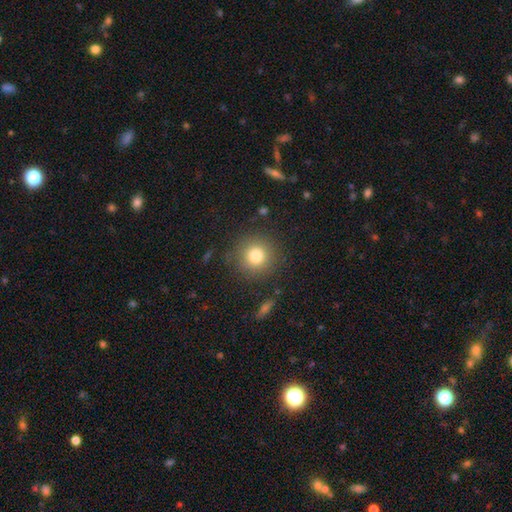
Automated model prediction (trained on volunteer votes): A smooth galaxy with no disk features (80%) that is round (94%).

Vote fractions:
- Smooth or featured? smooth: 80% / star or artifact: 11% / featured or disk: 9%
- How rounded? round: 94% / in between: 5% / cigar-shaped: 1%
- Merging? none: 86% / minor disturbance: 8% / major disturbance: 3% / merger: 2%